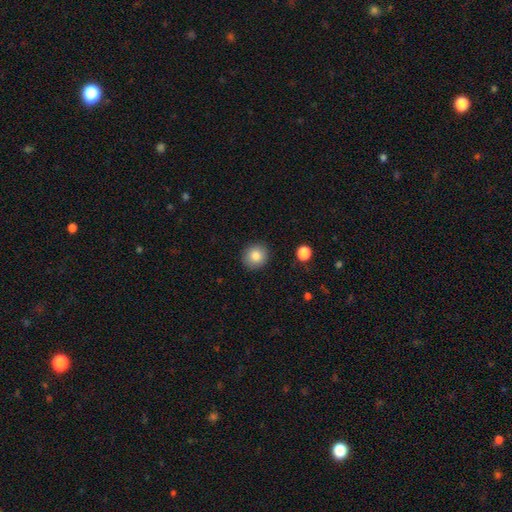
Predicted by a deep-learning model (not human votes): Smooth or featured: smooth — 84% (star or artifact — 9%)
How rounded: round — 86% (in between — 13%)
Merging: none — 90% (minor disturbance — 7%)